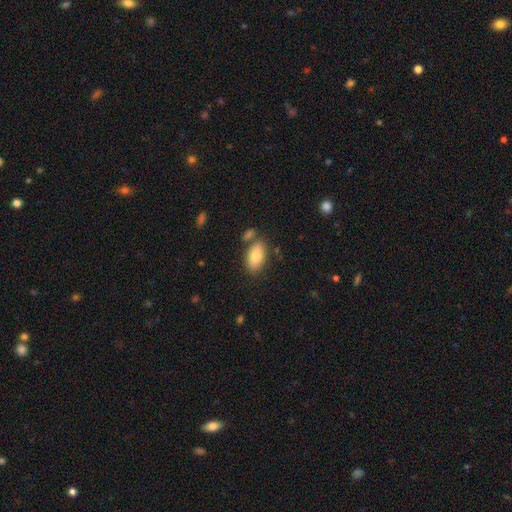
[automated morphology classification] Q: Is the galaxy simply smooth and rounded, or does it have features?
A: smooth — 83%.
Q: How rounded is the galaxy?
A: in between — 92%.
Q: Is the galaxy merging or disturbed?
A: none — 73%.